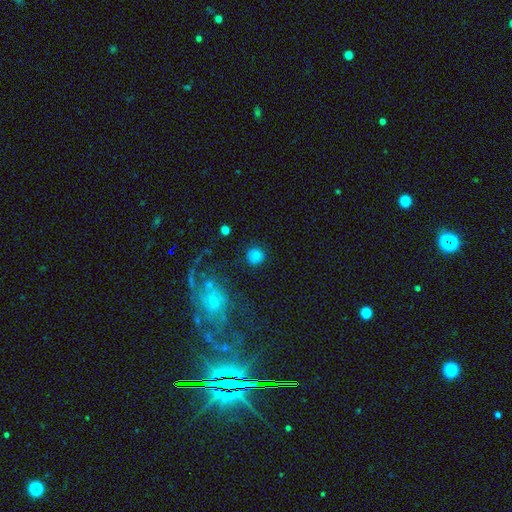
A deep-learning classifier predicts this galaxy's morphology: This is likely a smooth galaxy (77%). How rounded: clearly round (90%). Merging: clearly none (81%).